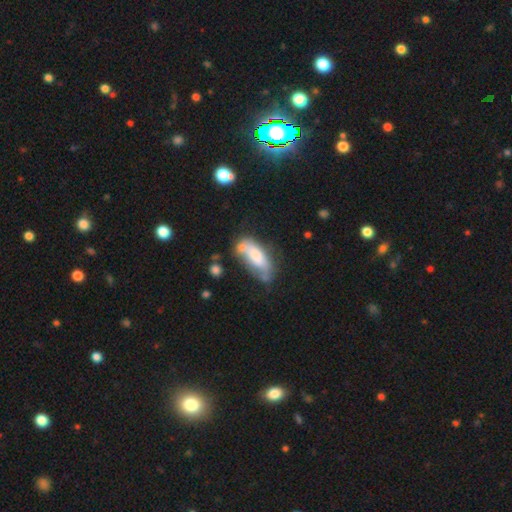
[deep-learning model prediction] A smooth galaxy with no disk features (62%) that is in between round and cigar-shaped (71%).

Vote fractions:
- Smooth or featured? smooth: 62% / featured or disk: 31% / star or artifact: 7%
- How rounded? in between: 71% / cigar-shaped: 27% / round: 2%
- Merging? none: 35% / minor disturbance: 28% / merger: 19% / major disturbance: 18%